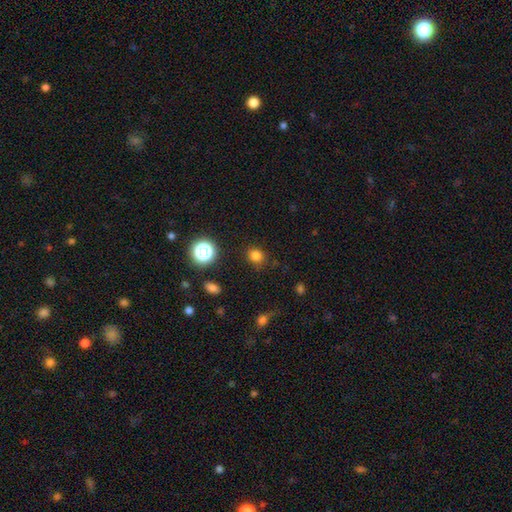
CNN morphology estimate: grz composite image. It shows a smooth galaxy with no disk features (79%) that is round (79%). Merging: none (84%).